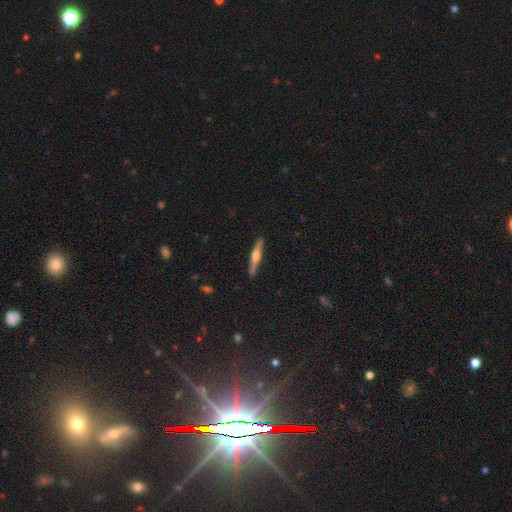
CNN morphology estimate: smooth_or_featured: featured or disk (p=0.67) [alt: smooth p=0.28]
disk_edge_on: yes (p=0.97) [alt: no p=0.03]
edge_on_bulge: rounded (p=0.88) [alt: boxy p=0.08]
merging: none (p=0.90) [alt: minor disturbance p=0.07]